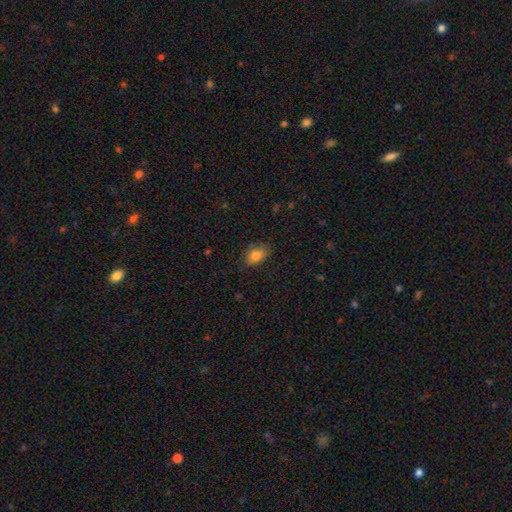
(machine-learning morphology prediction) Smooth or featured? Predicted: smooth (p=0.82). How rounded? Predicted: in between (p=0.85). Merging? Predicted: none (p=0.75).